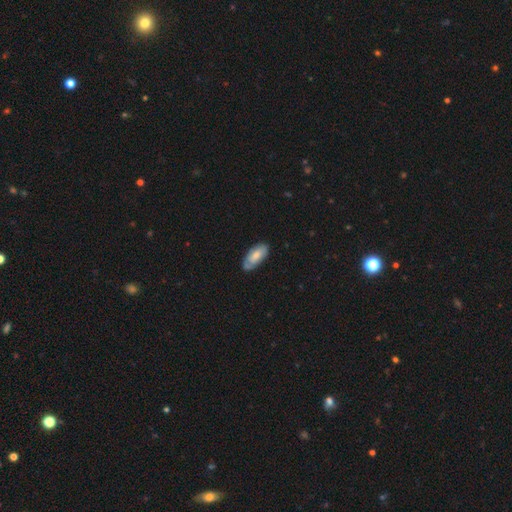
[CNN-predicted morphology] Smooth or featured? smooth (59%)
How rounded? in between (89%)
Merging? none (69%)